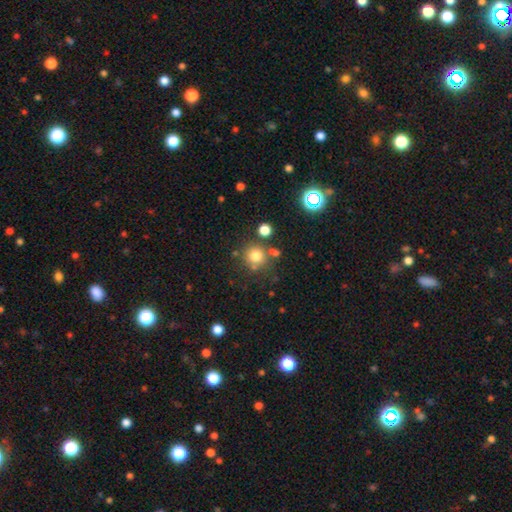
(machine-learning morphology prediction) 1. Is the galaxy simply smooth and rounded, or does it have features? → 76% smooth, 15% star or artifact, 9% featured or disk.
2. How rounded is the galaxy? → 90% round, 9% in between, 1% cigar-shaped.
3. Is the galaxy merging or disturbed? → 72% none, 12% merger, 11% minor disturbance, 5% major disturbance.